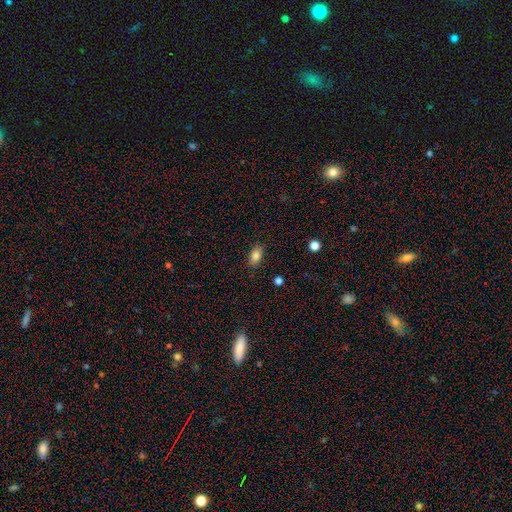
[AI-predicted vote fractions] The model was most divided on "merging": none: 84%, minor disturbance: 12%, major disturbance: 3%, merger: 1%. More confident: how rounded — in between (86%); smooth or featured — smooth (84%).